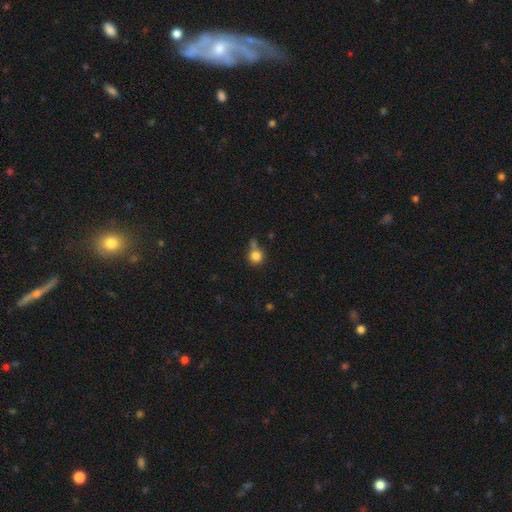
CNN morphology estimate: smooth-or-featured: smooth: 82% | star or artifact: 11% | featured or disk: 7%
  how-rounded: round: 88% | in between: 10% | cigar-shaped: 1%
  merging: none: 52% | merger: 21% | minor disturbance: 19% | major disturbance: 8%